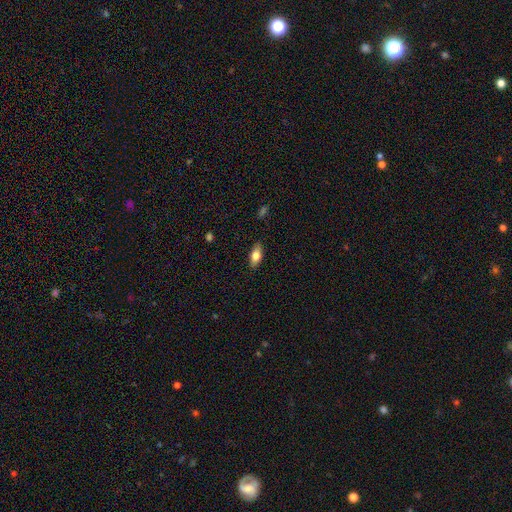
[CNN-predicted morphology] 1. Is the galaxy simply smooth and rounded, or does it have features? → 74% smooth, 19% featured or disk, 7% star or artifact.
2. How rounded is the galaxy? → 83% in between, 13% cigar-shaped, 4% round.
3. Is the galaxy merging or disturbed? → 87% none, 10% minor disturbance, 2% major disturbance, 1% merger.